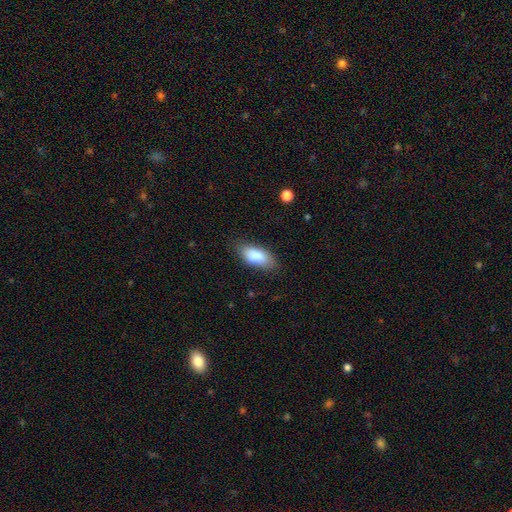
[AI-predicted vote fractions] Smooth or featured? Predicted: smooth (p=0.86). How rounded? Predicted: in between (p=0.87). Merging? Predicted: none (p=0.79).